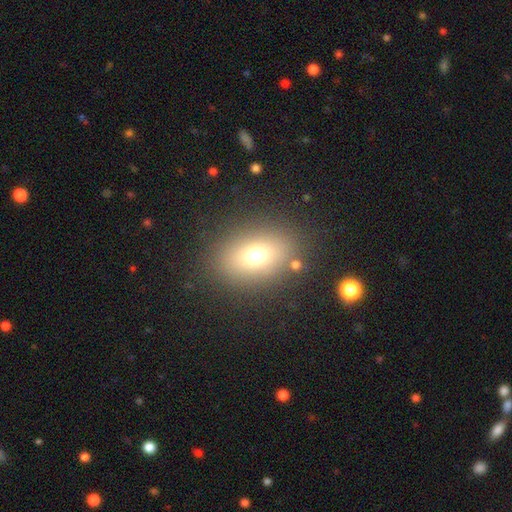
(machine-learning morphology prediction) A smooth galaxy with no disk features (72%) that is in between round and cigar-shaped (68%).

Vote fractions:
- Smooth or featured? smooth: 72% / star or artifact: 15% / featured or disk: 13%
- How rounded? in between: 68% / round: 31% / cigar-shaped: 2%
- Merging? none: 83% / minor disturbance: 9% / major disturbance: 5% / merger: 3%